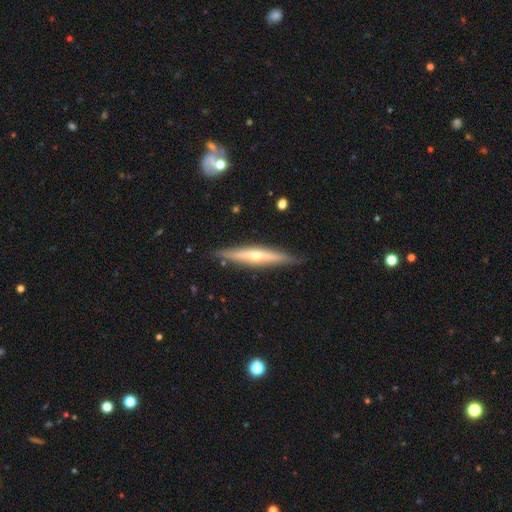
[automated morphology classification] This is likely a featured or disk galaxy (68%). It is clearly viewed edge-on (95%). Edge-on bulge: clearly rounded (83%). Merging: clearly none (88%).